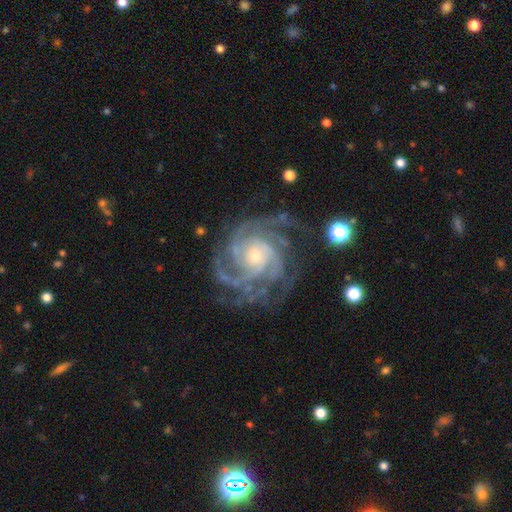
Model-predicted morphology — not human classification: Smooth or featured?
  - featured or disk: 92% *
  - star or artifact: 5%
  - smooth: 3%
Edge-on disk?
  - no: 98% *
  - yes: 2%
Bar?
  - no: 71% *
  - weak: 23%
  - strong: 7%
Spiral arms?
  - yes: 98% *
  - no: 2%
Spiral winding?
  - tight: 66% *
  - medium: 30%
  - loose: 4%
Spiral arm count?
  - 4: 30% *
  - 3: 26%
  - can't tell: 15%
  - 2: 12%
  - more than 4: 10%
  - 1: 7%
Bulge size?
  - small: 60% *
  - moderate: 34%
  - large: 3%
  - none: 2%
  - dominant: 1%
Merging?
  - none: 72% *
  - minor disturbance: 17%
  - major disturbance: 9%
  - merger: 2%